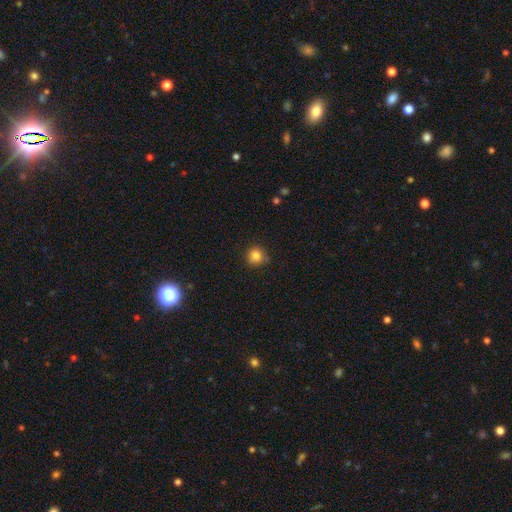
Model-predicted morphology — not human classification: Smooth or featured: smooth — 85% (star or artifact — 11%)
How rounded: round — 92% (in between — 7%)
Merging: none — 84% (minor disturbance — 12%)